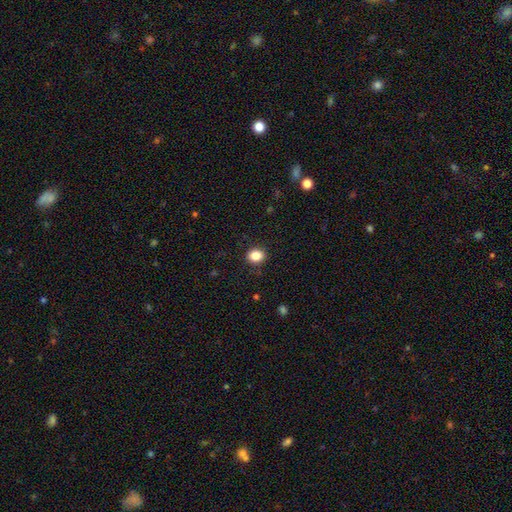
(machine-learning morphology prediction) Overall: smooth (85%). How rounded: round (60%; in between 39%). Merging: none (89%).